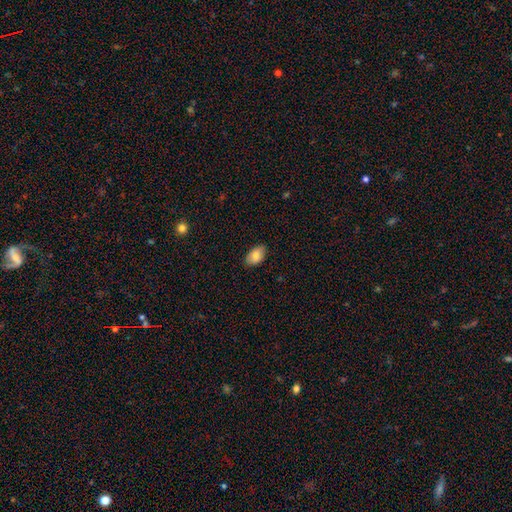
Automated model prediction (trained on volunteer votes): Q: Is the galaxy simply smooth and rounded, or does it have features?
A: smooth — 80%.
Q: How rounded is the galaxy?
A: in between — 93%.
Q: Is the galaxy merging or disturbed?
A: none — 84%.